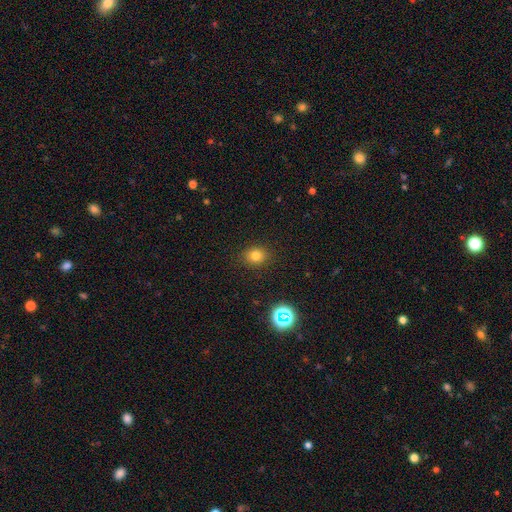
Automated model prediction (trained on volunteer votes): This appears to be a smooth galaxy with no disk features (78%) that is round (67%). Merging: none (88%).